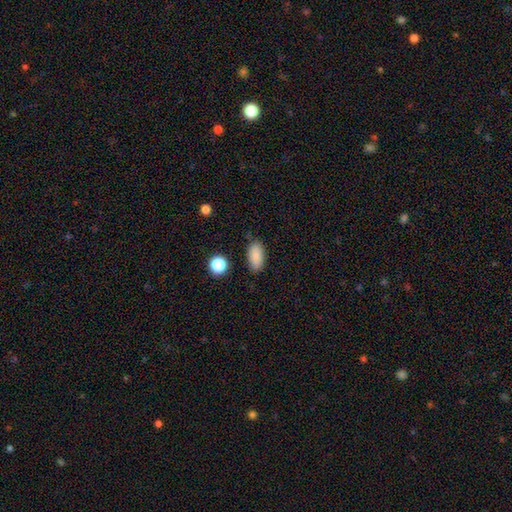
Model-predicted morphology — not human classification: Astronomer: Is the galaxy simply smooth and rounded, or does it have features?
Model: smooth — 86%.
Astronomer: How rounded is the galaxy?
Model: in between — 89%.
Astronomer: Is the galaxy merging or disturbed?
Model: none — 83%.